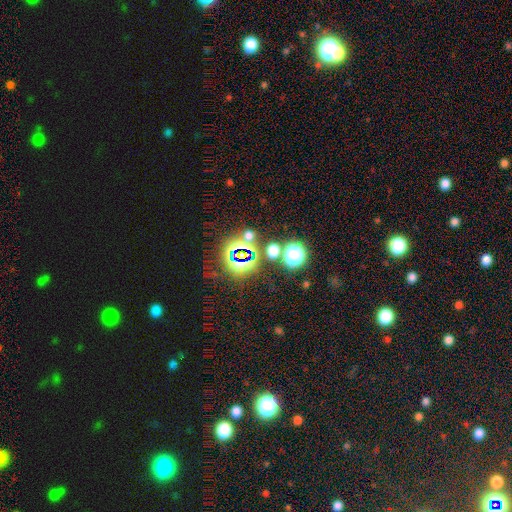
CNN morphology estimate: smooth-or-featured: star or artifact: 77% | smooth: 14% | featured or disk: 9%